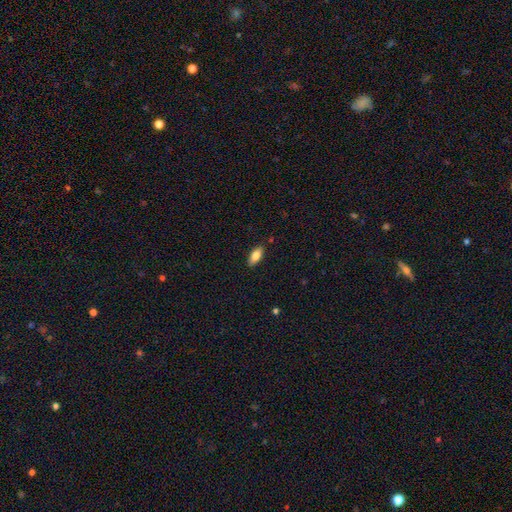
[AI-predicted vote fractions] smooth_or_featured: smooth (p=0.79) [alt: featured or disk p=0.14]
how_rounded: in between (p=0.85) [alt: cigar-shaped p=0.13]
merging: none (p=0.87) [alt: minor disturbance p=0.10]